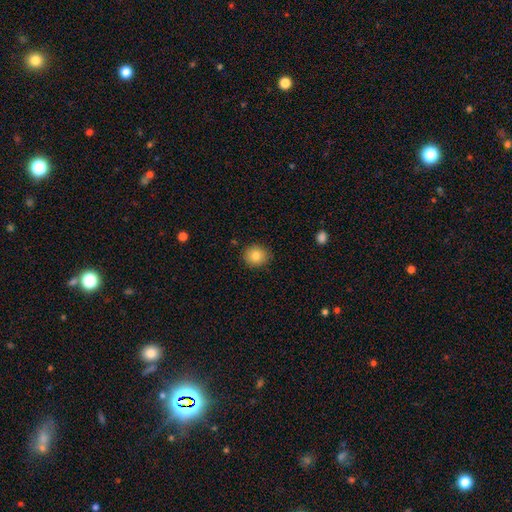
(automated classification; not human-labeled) Overall: smooth (83%). How rounded: round (76%). Merging: none (87%).